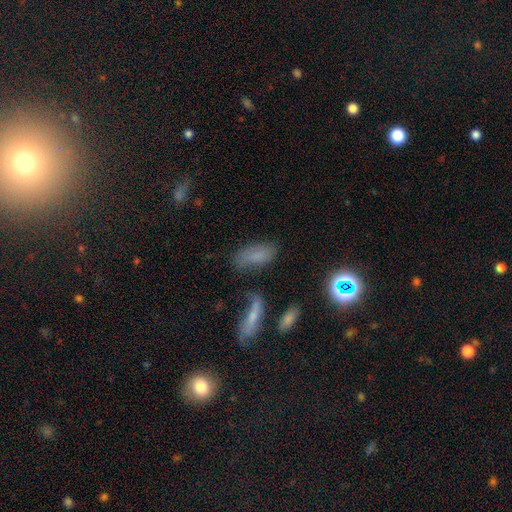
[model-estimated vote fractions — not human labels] smooth 73%, star or artifact 14%, featured or disk 13%. Down the decision tree: how rounded — in between (81%); merging — none (65%).